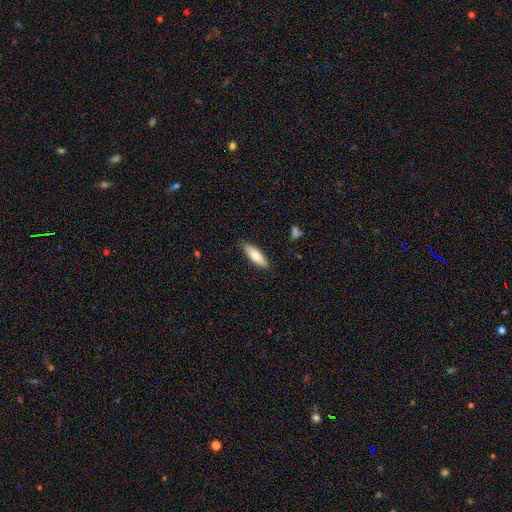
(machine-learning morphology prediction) Q: Smooth or featured?
A: smooth (77%); runner-up: featured or disk (17%)
Q: How rounded?
A: in between (60%); runner-up: cigar-shaped (38%)
Q: Merging?
A: none (85%); runner-up: minor disturbance (12%)